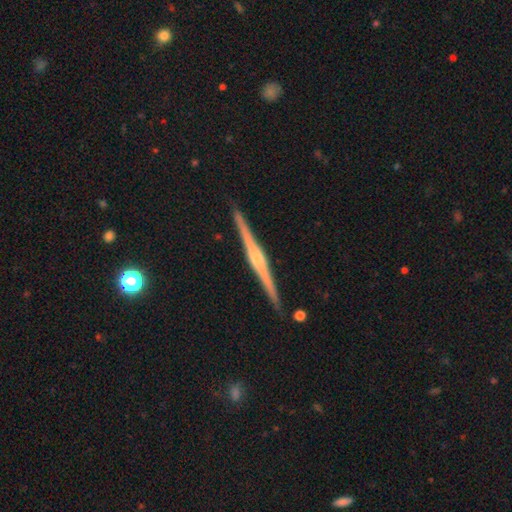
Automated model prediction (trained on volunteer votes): smooth_or_featured: featured or disk (p=0.86) [alt: smooth p=0.09]
disk_edge_on: yes (p=0.99) [alt: no p=0.01]
edge_on_bulge: rounded (p=0.78) [alt: boxy p=0.13]
merging: none (p=0.92) [alt: minor disturbance p=0.05]